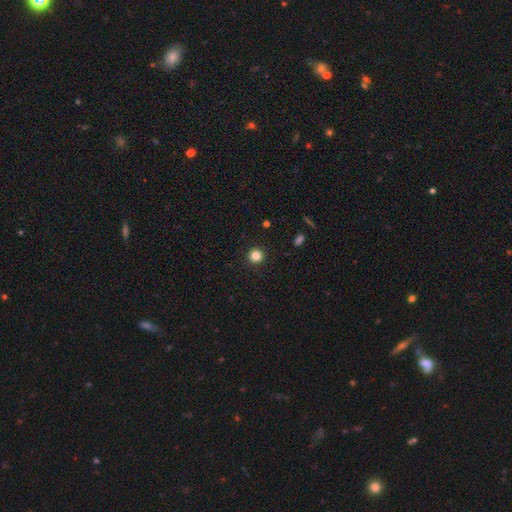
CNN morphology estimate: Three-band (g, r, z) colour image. It shows a smooth galaxy with no disk features (84%) that is round (94%). Merging: none (93%).